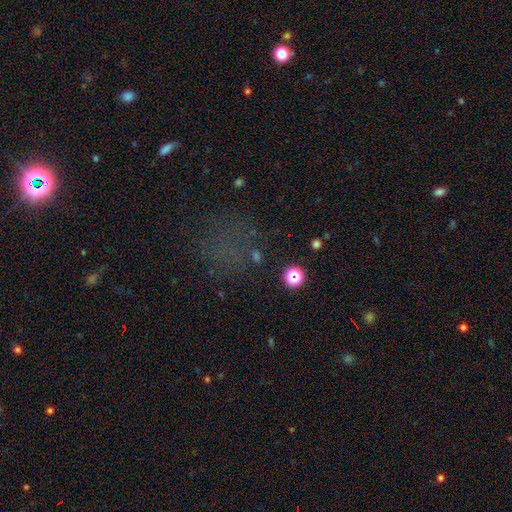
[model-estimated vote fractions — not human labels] smooth-or-featured: star or artifact: 45% | smooth: 38% | featured or disk: 17%